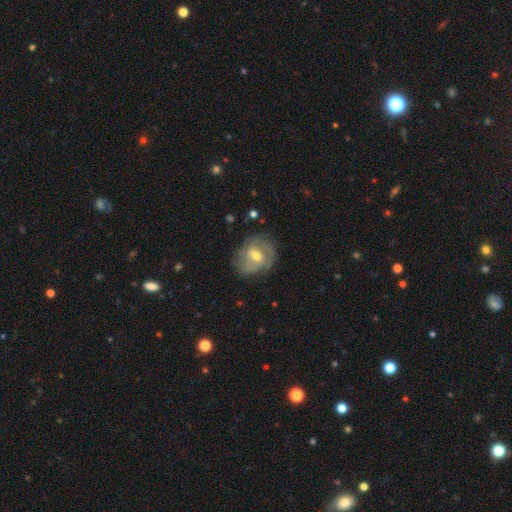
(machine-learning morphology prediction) Smooth or featured?
  - featured or disk: 70% *
  - smooth: 23%
  - star or artifact: 7%
Edge-on disk?
  - no: 96% *
  - yes: 4%
Bar?
  - weak: 49% *
  - no: 37%
  - strong: 14%
Spiral arms?
  - yes: 84% *
  - no: 16%
Spiral winding?
  - tight: 49% *
  - medium: 37%
  - loose: 13%
Spiral arm count?
  - 2: 43% *
  - can't tell: 31%
  - 3: 14%
  - 1: 5%
  - 4: 3%
  - more than 4: 3%
Bulge size?
  - moderate: 62% *
  - small: 33%
  - large: 3%
  - none: 1%
  - dominant: 1%
Merging?
  - none: 69% *
  - minor disturbance: 21%
  - major disturbance: 9%
  - merger: 1%